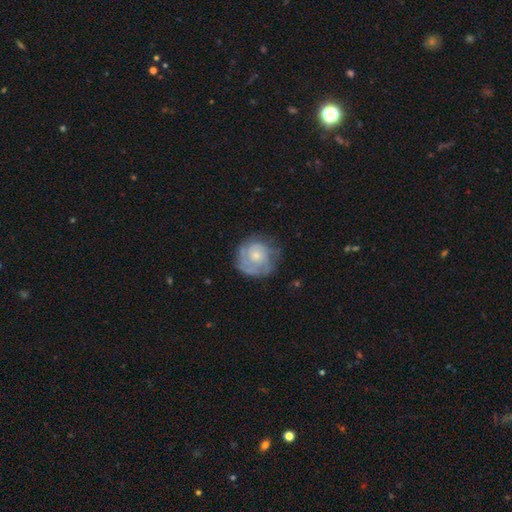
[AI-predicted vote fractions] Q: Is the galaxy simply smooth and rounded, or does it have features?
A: featured or disk — 74%.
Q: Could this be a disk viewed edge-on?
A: no — 98%.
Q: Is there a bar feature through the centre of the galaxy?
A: no — 80%.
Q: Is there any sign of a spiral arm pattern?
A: yes — 90%.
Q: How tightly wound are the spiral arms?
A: tight — 69%.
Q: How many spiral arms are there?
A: can't tell — 36%.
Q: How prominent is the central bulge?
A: small — 57%.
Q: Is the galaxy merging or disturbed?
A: none — 72%.